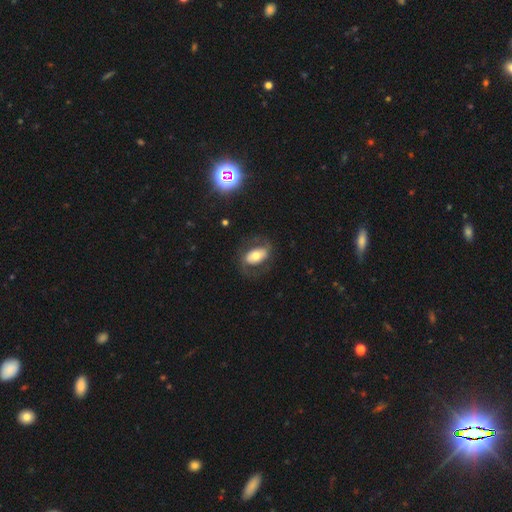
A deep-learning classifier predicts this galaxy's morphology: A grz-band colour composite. It shows a featured or disk galaxy (47%). Merging: none (68%).